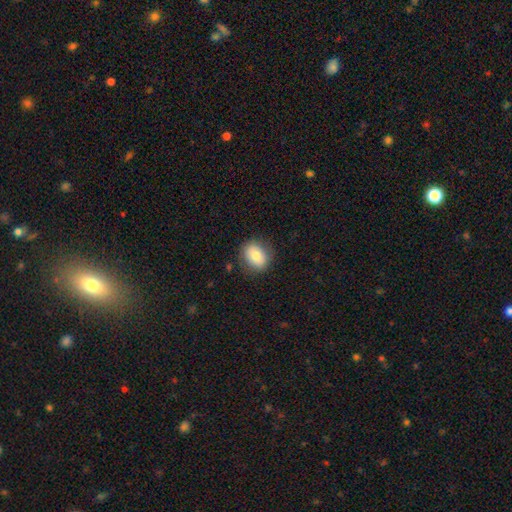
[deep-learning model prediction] Q: Smooth or featured?
A: smooth (80%); runner-up: featured or disk (12%)
Q: How rounded?
A: in between (57%); runner-up: round (42%)
Q: Merging?
A: none (83%); runner-up: minor disturbance (13%)